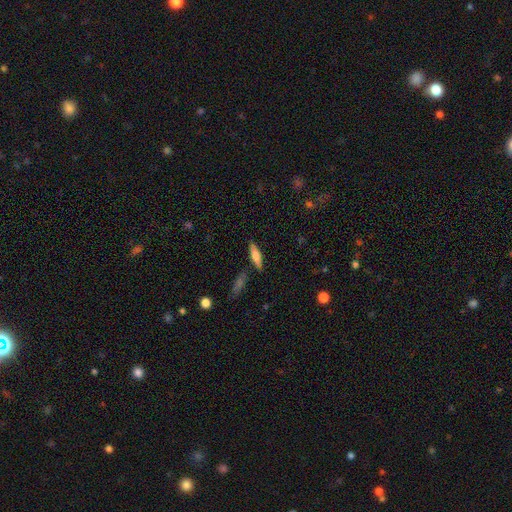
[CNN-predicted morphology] smooth-or-featured: smooth: 63% | featured or disk: 30% | star or artifact: 7%
  how-rounded: cigar-shaped: 63% | in between: 34% | round: 2%
  merging: none: 83% | minor disturbance: 10% | merger: 4% | major disturbance: 3%